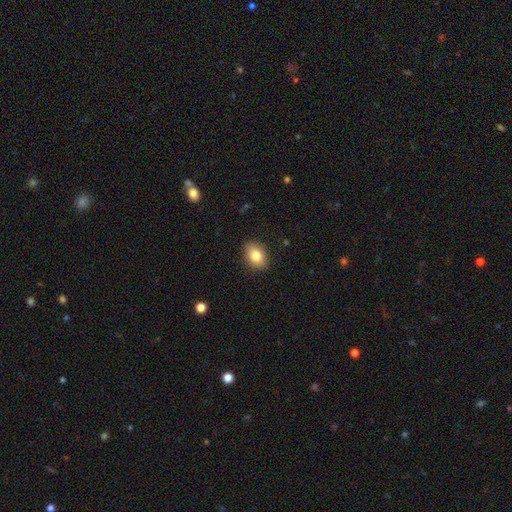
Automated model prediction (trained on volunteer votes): Q: Smooth or featured?
A: smooth (83%); runner-up: featured or disk (9%)
Q: How rounded?
A: in between (80%); runner-up: round (19%)
Q: Merging?
A: none (88%); runner-up: minor disturbance (9%)